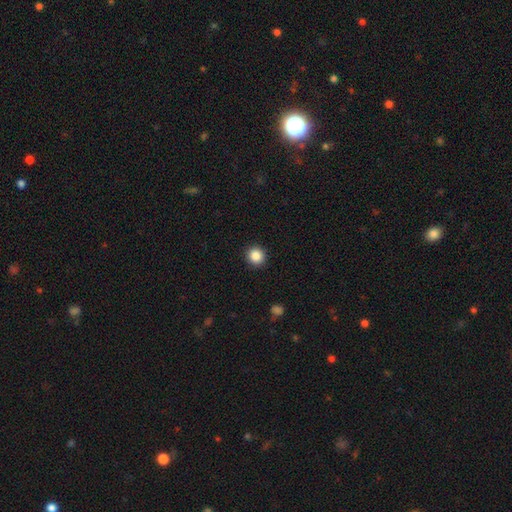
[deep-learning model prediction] This appears to be a smooth galaxy with no disk features (87%) that is round (93%). Merging: none (93%).